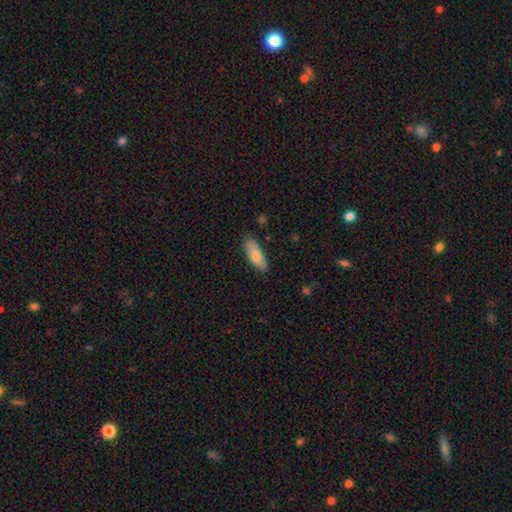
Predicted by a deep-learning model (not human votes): This appears to be a smooth galaxy with no disk features (75%) that is in between round and cigar-shaped (70%). Merging: none (80%).